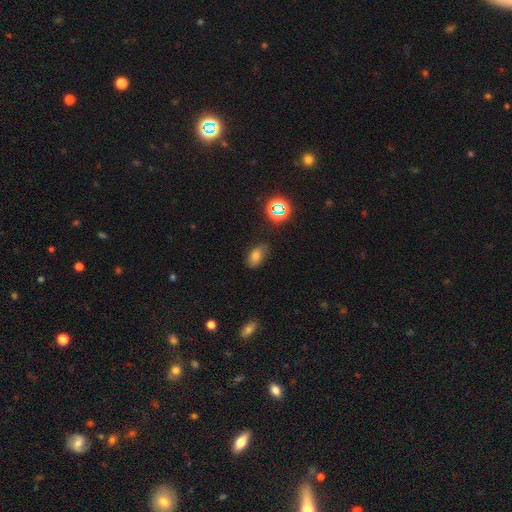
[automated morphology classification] This is likely a smooth galaxy (69%). How rounded: clearly in between (87%). Merging: likely none (74%).